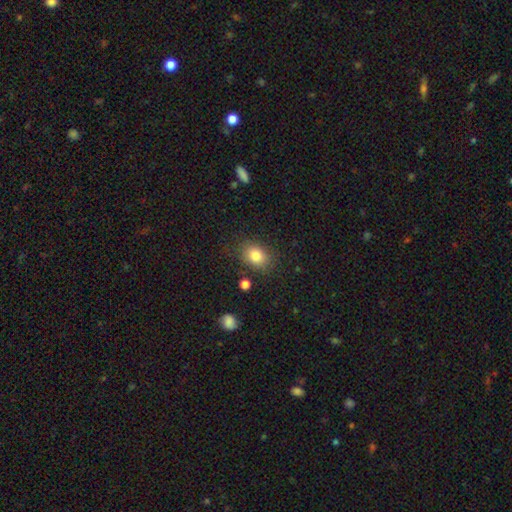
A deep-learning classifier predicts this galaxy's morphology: The model was most divided on "how rounded": in between: 64%, round: 35%, cigar-shaped: 1%. More confident: smooth or featured — smooth (83%); merging — none (79%).